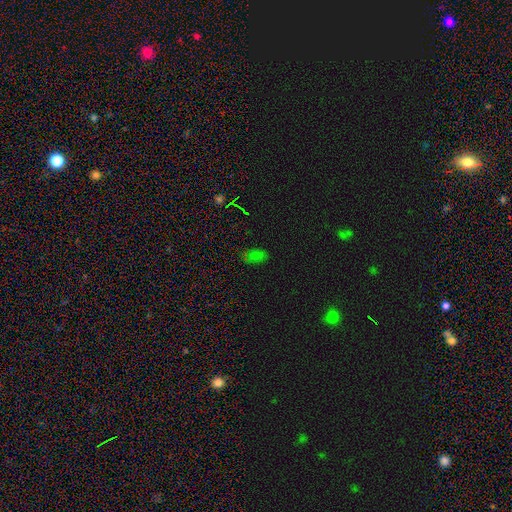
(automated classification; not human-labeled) smooth_or_featured: smooth (p=0.58) [alt: star or artifact p=0.34]
how_rounded: in between (p=0.88) [alt: round p=0.09]
merging: none (p=0.72) [alt: minor disturbance p=0.19]